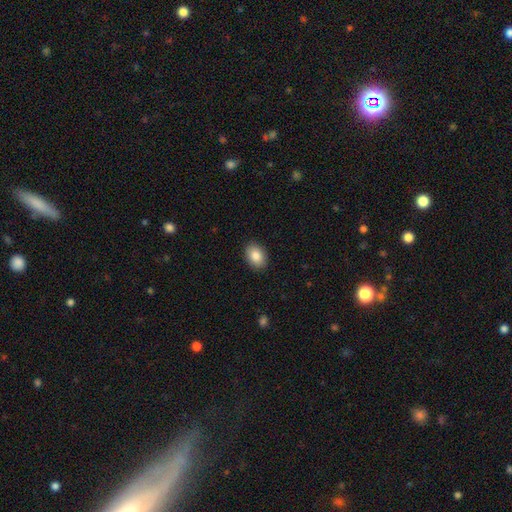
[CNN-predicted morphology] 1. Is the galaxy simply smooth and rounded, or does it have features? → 86% smooth, 7% star or artifact, 6% featured or disk.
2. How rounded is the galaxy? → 79% in between, 20% round, 1% cigar-shaped.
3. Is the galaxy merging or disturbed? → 89% none, 8% minor disturbance, 2% major disturbance, 1% merger.